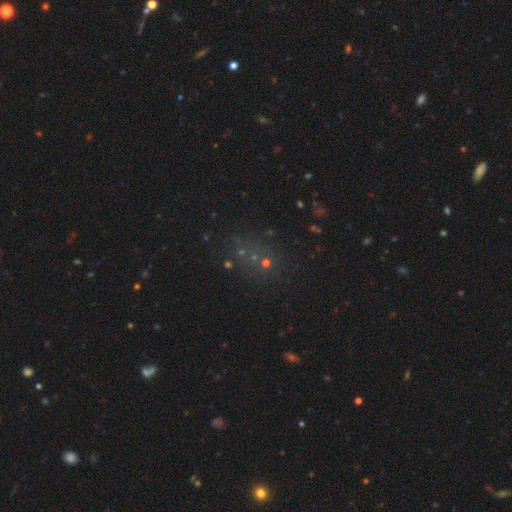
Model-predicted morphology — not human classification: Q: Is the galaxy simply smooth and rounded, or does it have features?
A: star or artifact — 52%.